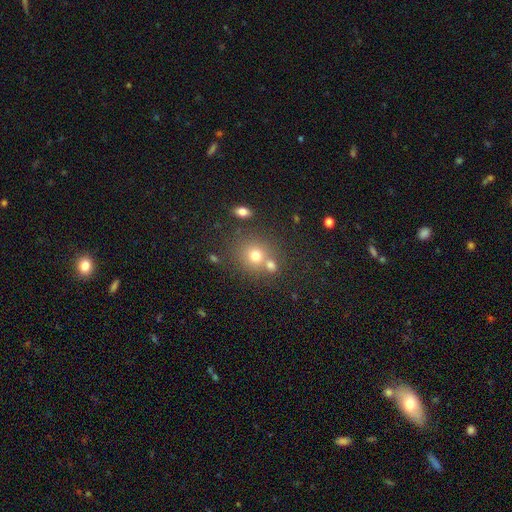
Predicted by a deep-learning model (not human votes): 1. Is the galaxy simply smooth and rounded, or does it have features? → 72% smooth, 16% star or artifact, 13% featured or disk.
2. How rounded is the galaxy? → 81% round, 18% in between, 1% cigar-shaped.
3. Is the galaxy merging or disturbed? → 56% none, 31% merger, 9% minor disturbance, 4% major disturbance.